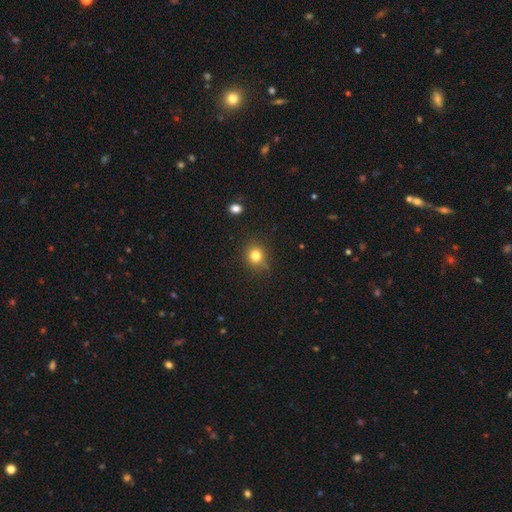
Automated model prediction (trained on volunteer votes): smooth_or_featured: smooth (p=0.80) [alt: star or artifact p=0.13]
how_rounded: round (p=0.84) [alt: in between p=0.15]
merging: none (p=0.80) [alt: minor disturbance p=0.14]